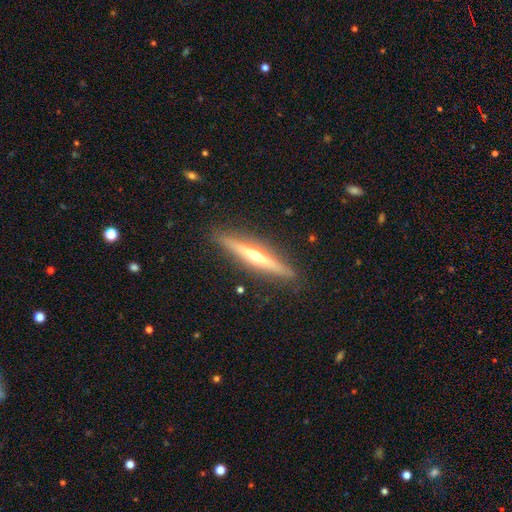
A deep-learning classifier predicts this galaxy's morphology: Smooth or featured: featured or disk — 74% (smooth — 21%)
Edge-on disk: yes — 97% (no — 3%)
Edge-on bulge: rounded — 88% (none — 10%)
Merging: none — 91% (minor disturbance — 7%)